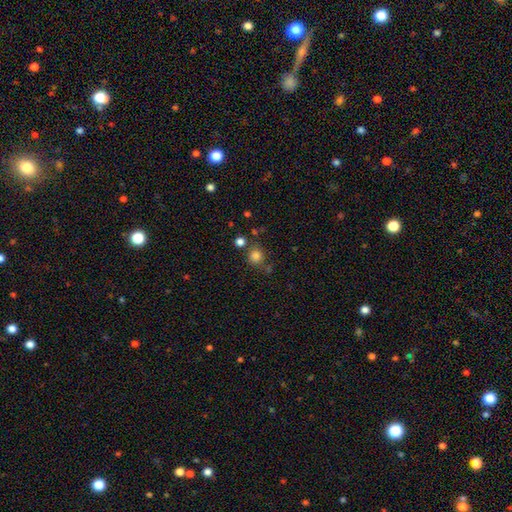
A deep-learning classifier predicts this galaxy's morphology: Overall: smooth (82%). How rounded: round (87%). Merging: none (73%).